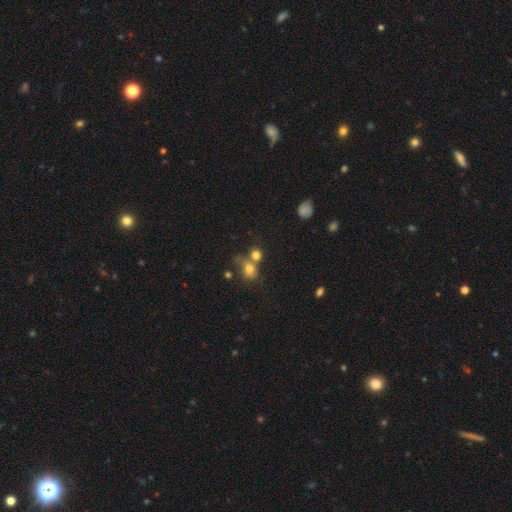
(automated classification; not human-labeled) Smooth or featured?
  - smooth: 75% *
  - star or artifact: 14%
  - featured or disk: 11%
How rounded?
  - round: 68% *
  - in between: 31%
  - cigar-shaped: 2%
Merging?
  - merger: 45% *
  - none: 39%
  - minor disturbance: 10%
  - major disturbance: 6%